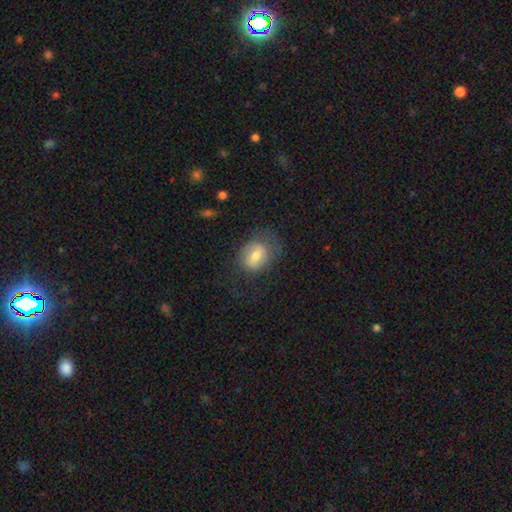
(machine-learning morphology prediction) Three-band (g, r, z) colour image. It shows a smooth galaxy with no disk features (61%) that is in between round and cigar-shaped (63%). Merging: none (60%).